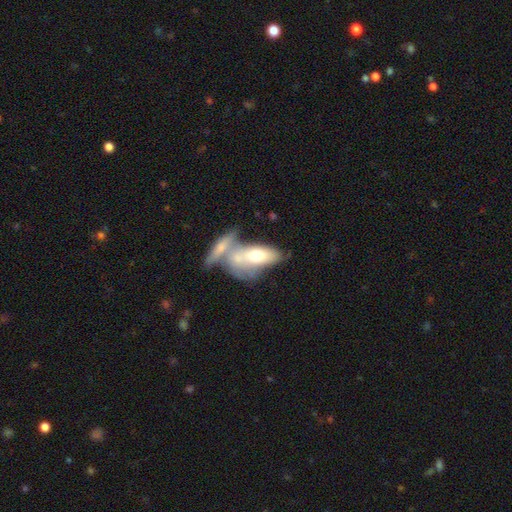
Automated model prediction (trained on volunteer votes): Smooth or featured? smooth (56%)
How rounded? in between (78%)
Merging? merger (56%)